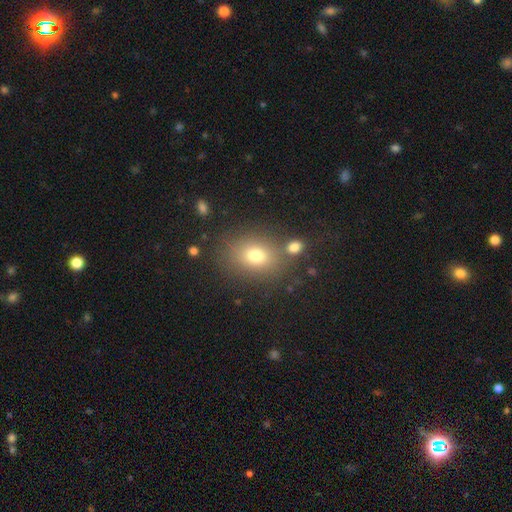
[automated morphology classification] smooth_or_featured: smooth (p=0.74) [alt: star or artifact p=0.13]
how_rounded: in between (p=0.60) [alt: round p=0.39]
merging: none (p=0.72) [alt: minor disturbance p=0.12]